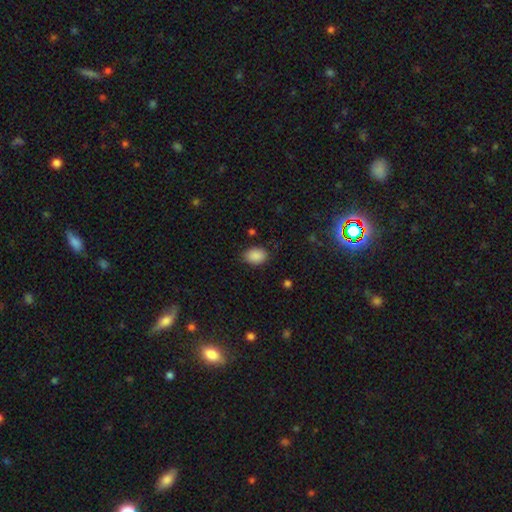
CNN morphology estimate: Smooth or featured: smooth — 88% (star or artifact — 8%)
How rounded: in between — 75% (round — 24%)
Merging: none — 82% (minor disturbance — 14%)